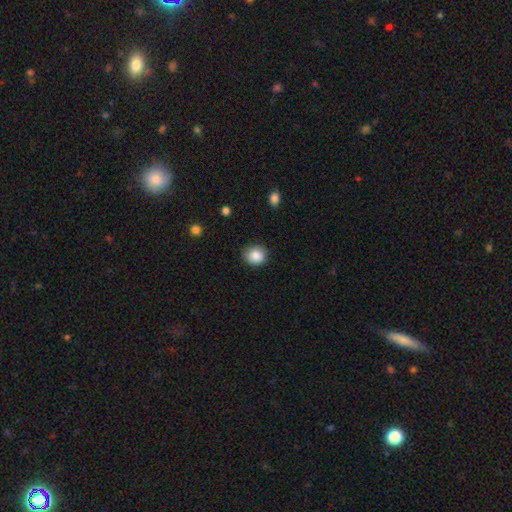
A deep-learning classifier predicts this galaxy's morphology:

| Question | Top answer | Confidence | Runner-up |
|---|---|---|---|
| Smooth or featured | smooth | 87% | star or artifact (9%) |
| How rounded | round | 80% | in between (19%) |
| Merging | none | 86% | minor disturbance (10%) |